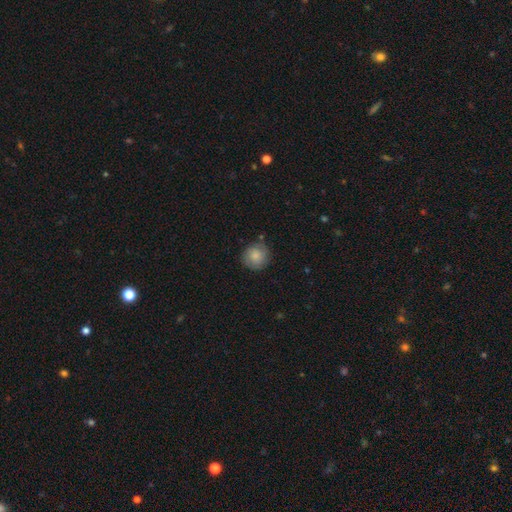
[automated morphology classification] A smooth galaxy with no disk features (82%) that is round (90%). Merging: none (79%).